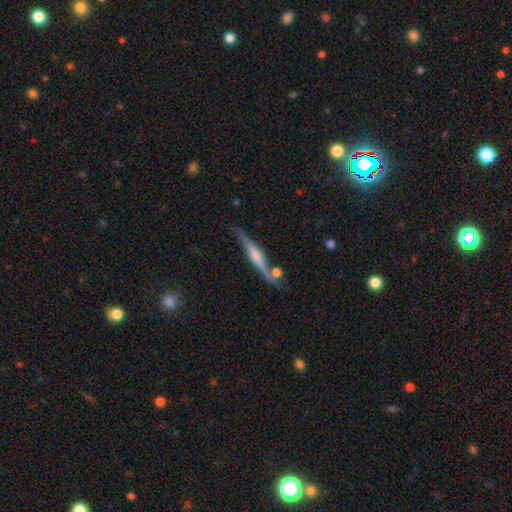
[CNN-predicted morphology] Q: Smooth or featured?
A: featured or disk (70%); runner-up: smooth (18%)
Q: Edge-on disk?
A: yes (91%); runner-up: no (9%)
Q: Edge-on bulge?
A: rounded (76%); runner-up: boxy (13%)
Q: Merging?
A: none (70%); runner-up: minor disturbance (16%)